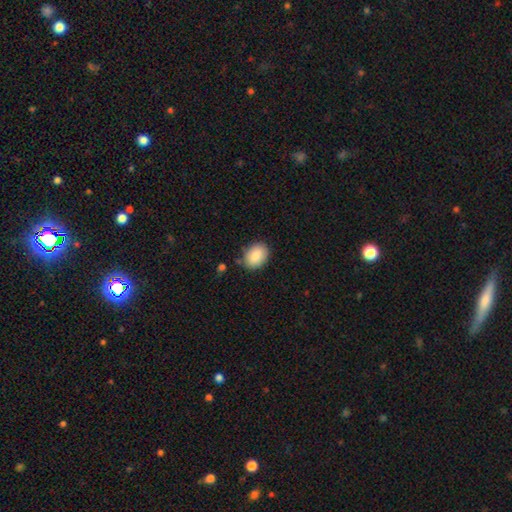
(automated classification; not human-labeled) smooth-or-featured: smooth: 88% | star or artifact: 7% | featured or disk: 5%
  how-rounded: in between: 74% | round: 25% | cigar-shaped: 1%
  merging: none: 82% | minor disturbance: 13% | major disturbance: 3% | merger: 2%